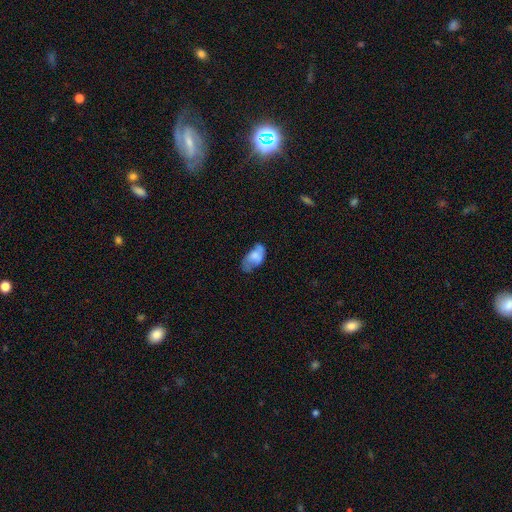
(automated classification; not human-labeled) Smooth or featured? smooth (63%)
How rounded? in between (93%)
Merging? none (41%)